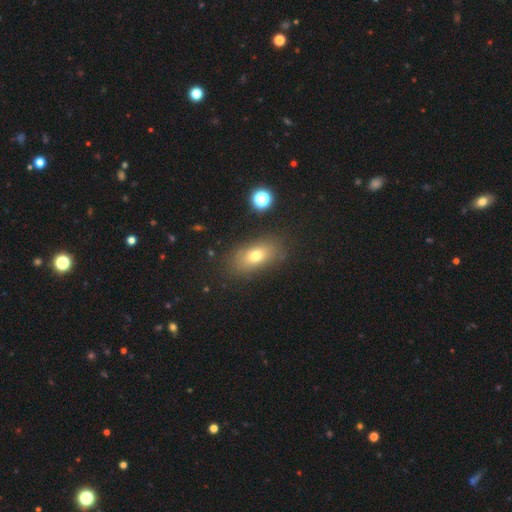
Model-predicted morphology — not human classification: Smooth or featured? smooth (70%)
How rounded? in between (83%)
Merging? none (82%)